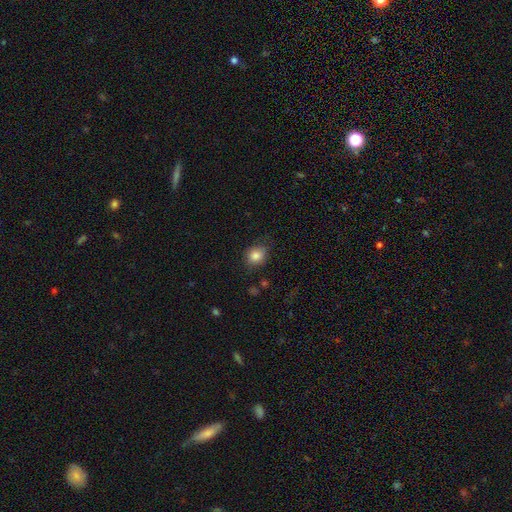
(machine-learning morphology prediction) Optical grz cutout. It shows a smooth galaxy with no disk features (84%) that is round (61%). Merging: none (78%).